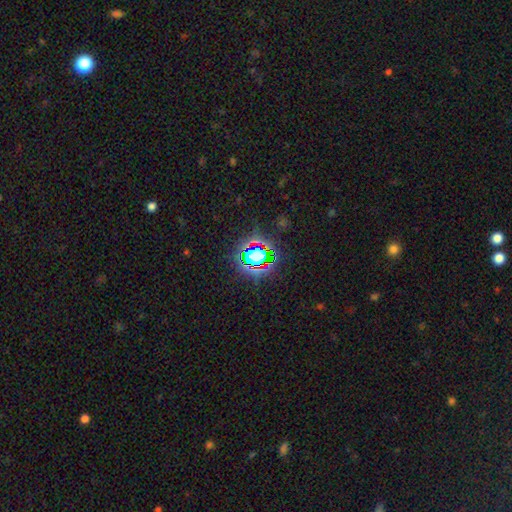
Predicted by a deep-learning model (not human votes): This appears to be a star or artifact, not a galaxy (67%).